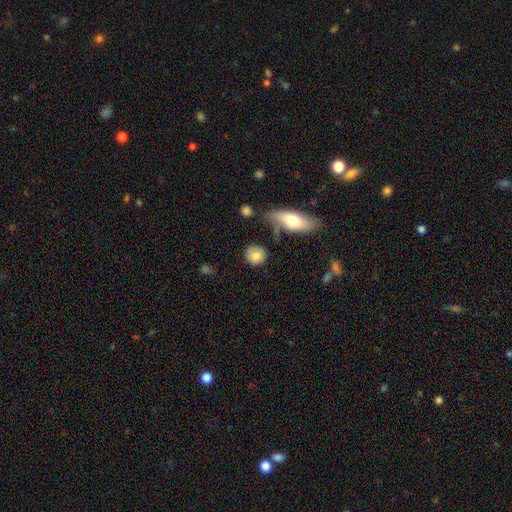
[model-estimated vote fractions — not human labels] This appears to be a smooth galaxy with no disk features (80%) that is round (82%). Merging: none (74%).